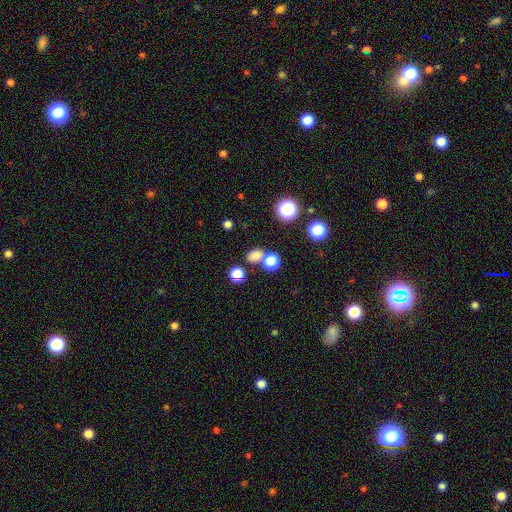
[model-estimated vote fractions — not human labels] smooth-or-featured: smooth: 74% | star or artifact: 20% | featured or disk: 7%
  how-rounded: in between: 52% | round: 47% | cigar-shaped: 1%
  merging: none: 63% | merger: 24% | minor disturbance: 9% | major disturbance: 4%